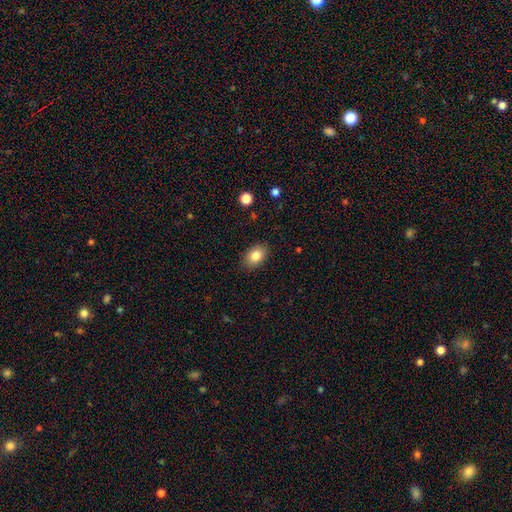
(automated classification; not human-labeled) This is clearly a smooth galaxy (84%). How rounded: clearly in between (81%). Merging: clearly none (87%).